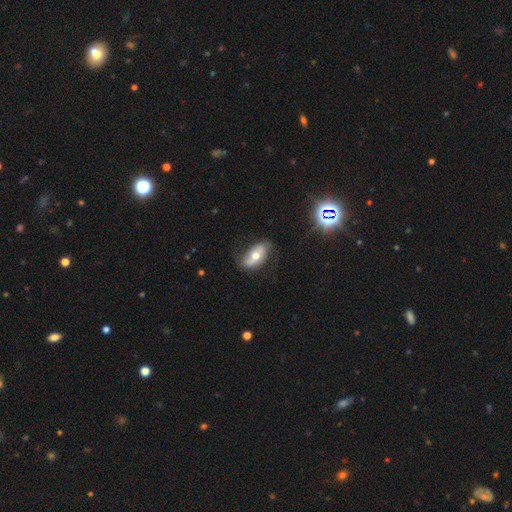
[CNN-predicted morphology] Smooth or featured? featured or disk (49%)
Merging? none (68%)